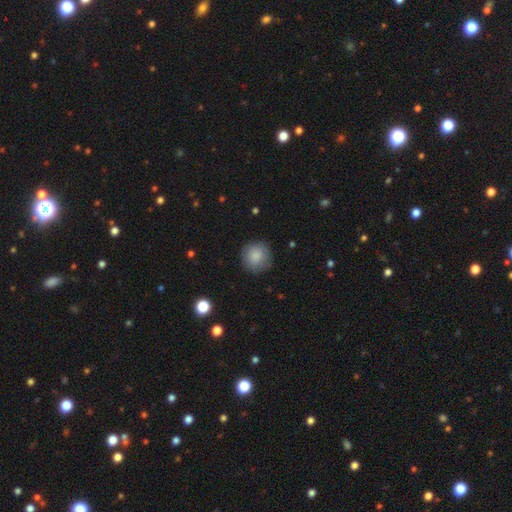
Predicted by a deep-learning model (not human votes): Smooth or featured?
  - smooth: 86% *
  - star or artifact: 7%
  - featured or disk: 6%
How rounded?
  - round: 93% *
  - in between: 6%
  - cigar-shaped: 1%
Merging?
  - none: 87% *
  - minor disturbance: 10%
  - major disturbance: 3%
  - merger: 1%